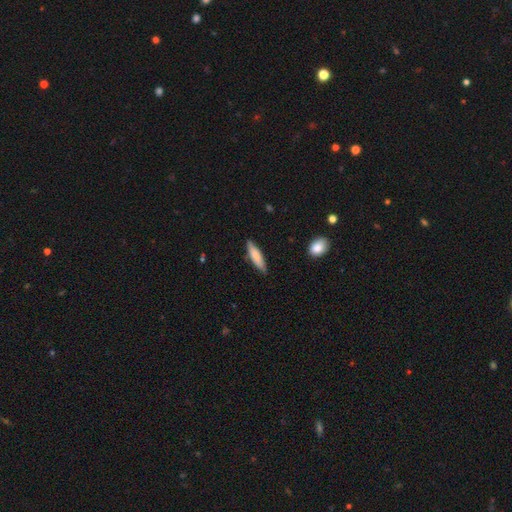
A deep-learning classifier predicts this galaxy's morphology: Overall: smooth (78%). How rounded: cigar-shaped (70%). Merging: none (83%).